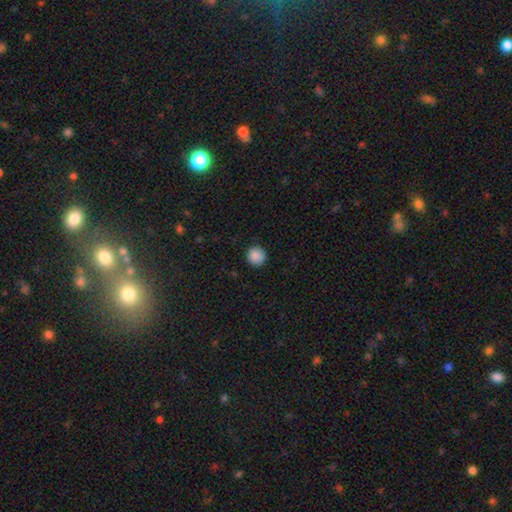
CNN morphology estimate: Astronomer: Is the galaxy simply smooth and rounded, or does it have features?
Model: smooth — 88%.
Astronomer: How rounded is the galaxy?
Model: round — 95%.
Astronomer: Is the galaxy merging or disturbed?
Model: none — 88%.